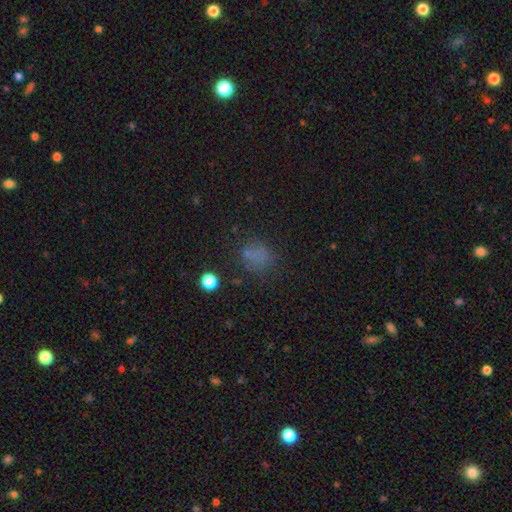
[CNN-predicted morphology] type=smooth (64%); roundness=round (65%); merging=none (68%).